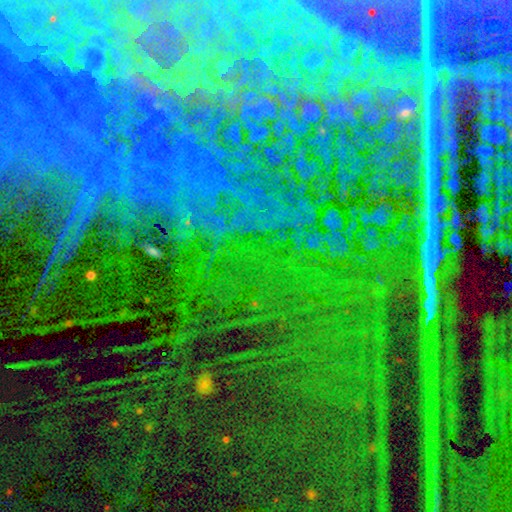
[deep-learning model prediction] smooth_or_featured: star or artifact (p=0.84) [alt: featured or disk p=0.09]